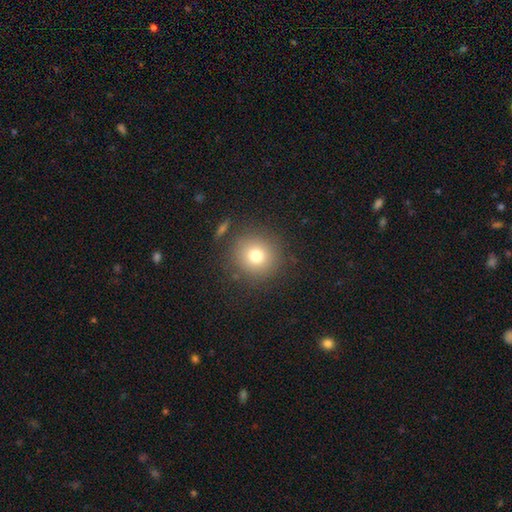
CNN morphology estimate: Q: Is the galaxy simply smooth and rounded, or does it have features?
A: smooth — 76%.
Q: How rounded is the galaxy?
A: round — 93%.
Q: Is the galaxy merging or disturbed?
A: none — 86%.